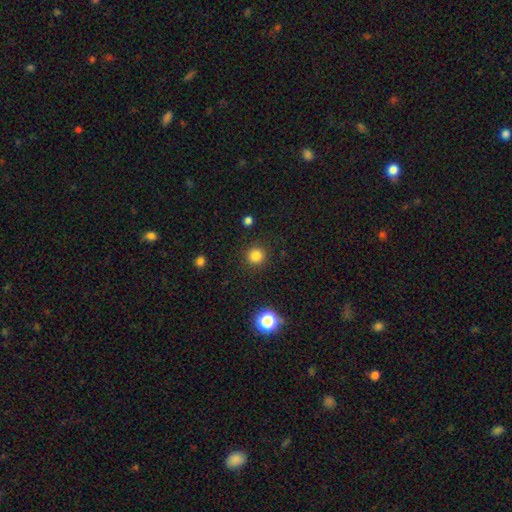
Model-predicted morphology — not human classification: This is clearly a smooth galaxy (83%). How rounded: clearly round (94%). Merging: clearly none (90%).